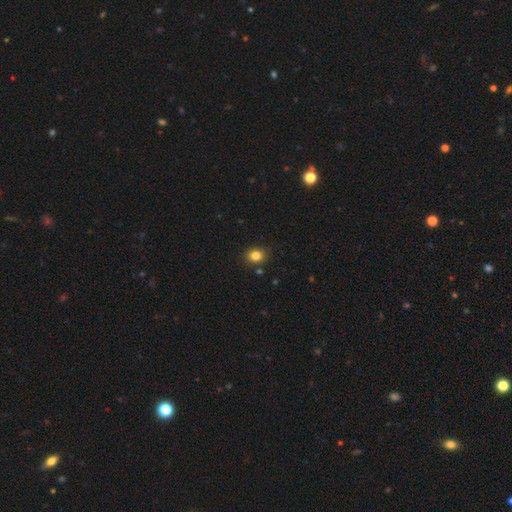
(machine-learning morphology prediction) This is clearly a smooth galaxy (82%). How rounded: likely round (60%). Merging: clearly none (85%).